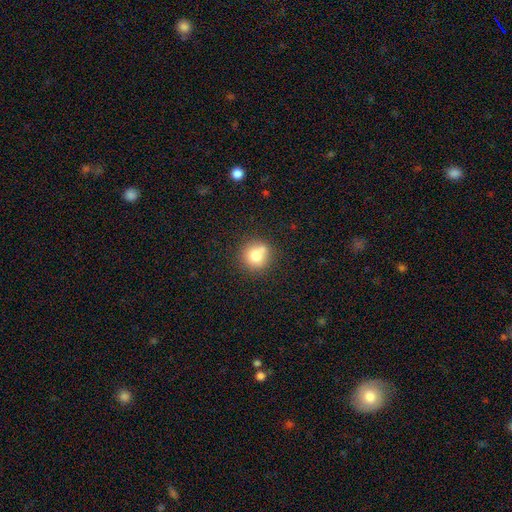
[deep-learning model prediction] Smooth or featured: smooth — 74% (featured or disk — 14%)
How rounded: round — 91% (in between — 8%)
Merging: none — 67% (merger — 16%)